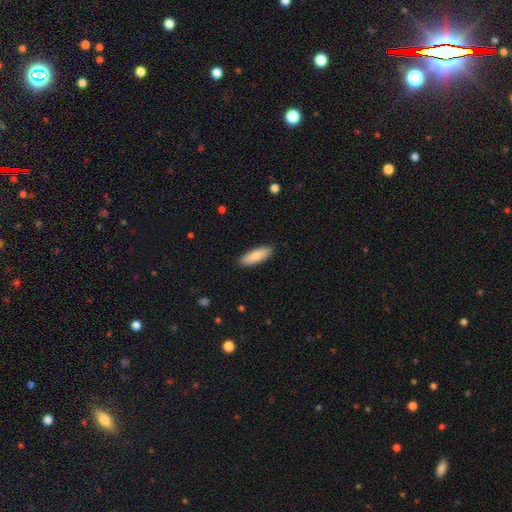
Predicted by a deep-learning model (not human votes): This is clearly a smooth galaxy (83%). How rounded: possibly in between (59%). Merging: clearly none (89%).